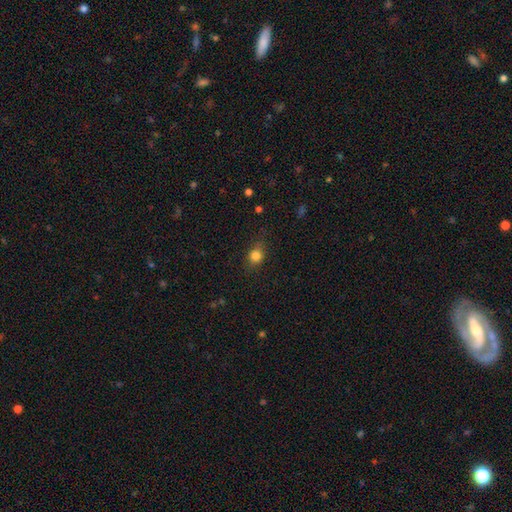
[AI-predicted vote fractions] Overall: smooth (81%). How rounded: round (66%; in between 32%). Merging: none (74%).